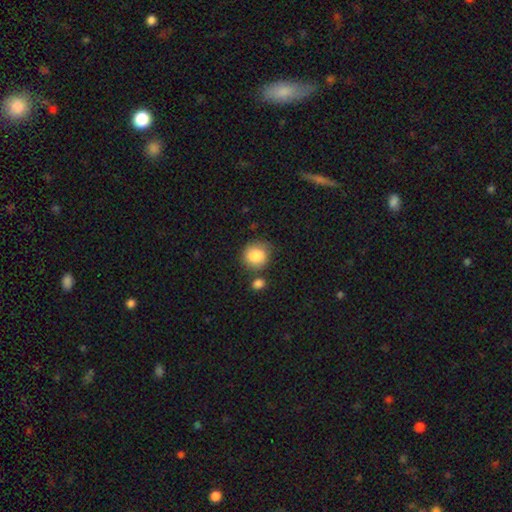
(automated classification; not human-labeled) smooth-or-featured: smooth: 86% | star or artifact: 8% | featured or disk: 6%
  how-rounded: round: 83% | in between: 16% | cigar-shaped: 1%
  merging: none: 69% | minor disturbance: 16% | merger: 11% | major disturbance: 5%